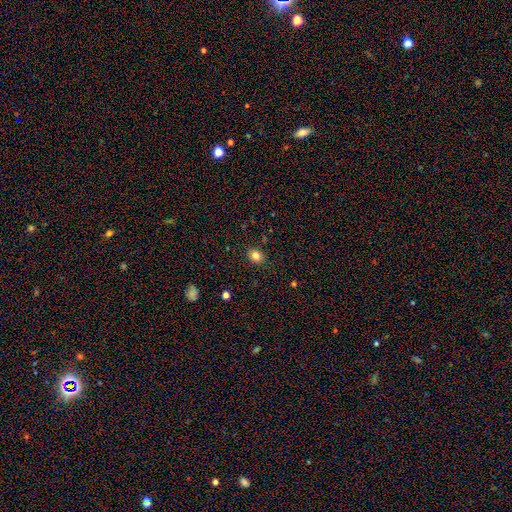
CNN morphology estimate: This appears to be a smooth galaxy with no disk features (82%) that is round (54%). Merging: none (88%).